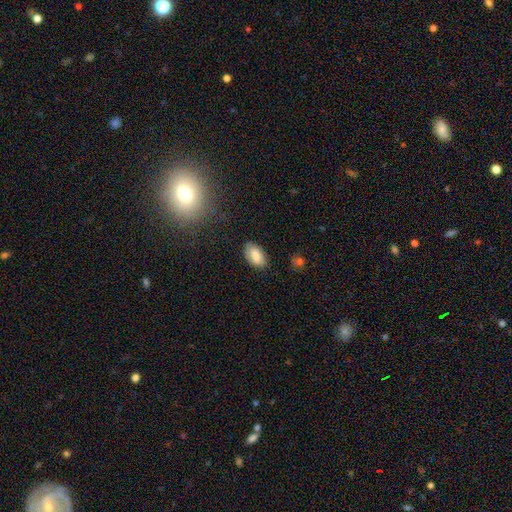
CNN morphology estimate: smooth-or-featured: smooth: 83% | featured or disk: 9% | star or artifact: 7%
  how-rounded: in between: 94% | round: 4% | cigar-shaped: 2%
  merging: none: 77% | minor disturbance: 18% | major disturbance: 3% | merger: 2%